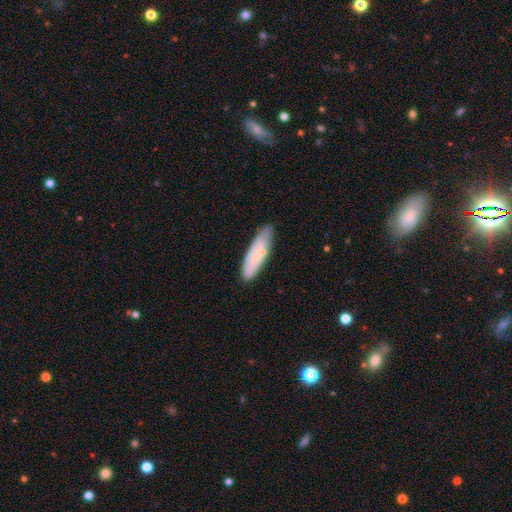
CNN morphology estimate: Q: Smooth or featured?
A: smooth (67%); runner-up: featured or disk (27%)
Q: How rounded?
A: cigar-shaped (55%); runner-up: in between (43%)
Q: Merging?
A: none (74%); runner-up: minor disturbance (18%)